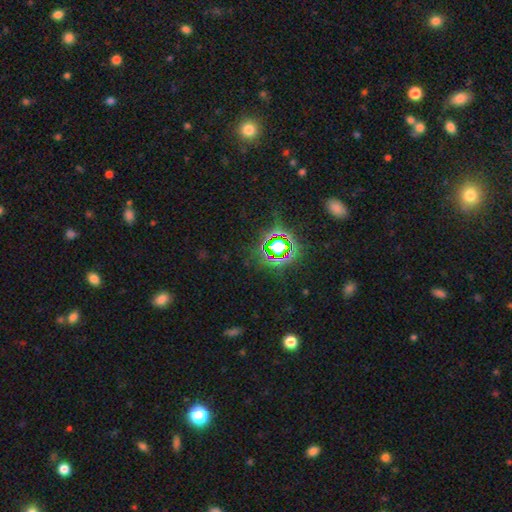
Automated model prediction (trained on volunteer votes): A star or artifact, not a galaxy (74%).

Vote fractions:
- Smooth or featured? star or artifact: 74% / smooth: 18% / featured or disk: 7%